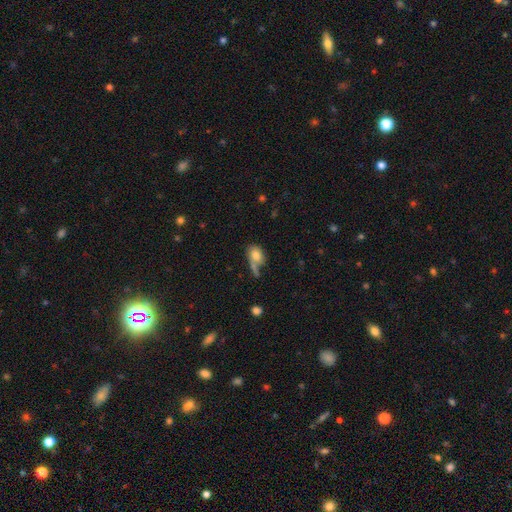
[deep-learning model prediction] A smooth galaxy with no disk features (74%) that is in between round and cigar-shaped (77%). Merging: none (41%).